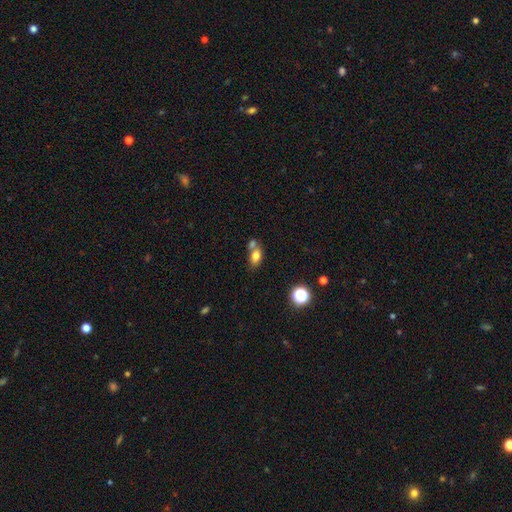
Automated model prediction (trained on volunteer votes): Smooth or featured? smooth (78%)
How rounded? in between (79%)
Merging? none (42%, tied with merger)